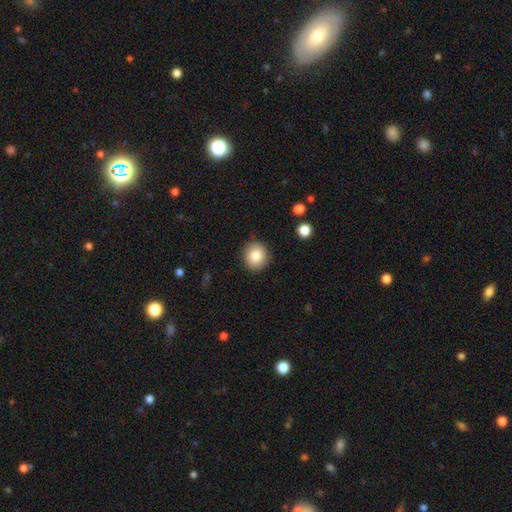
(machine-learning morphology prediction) smooth-or-featured: smooth: 83% | star or artifact: 9% | featured or disk: 8%
  how-rounded: round: 86% | in between: 13% | cigar-shaped: 1%
  merging: none: 90% | minor disturbance: 7% | major disturbance: 2% | merger: 1%